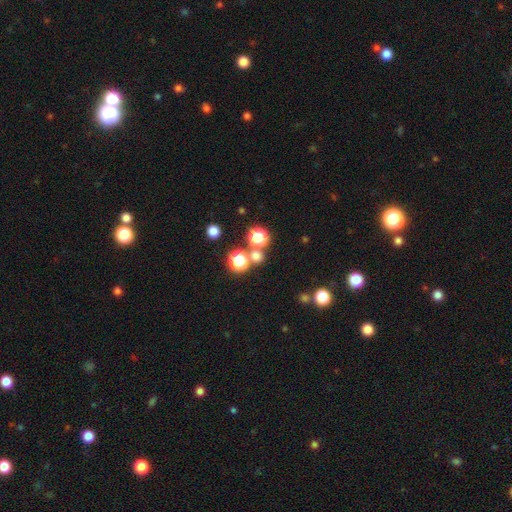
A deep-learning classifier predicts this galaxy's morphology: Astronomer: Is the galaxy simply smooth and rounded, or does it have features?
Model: smooth — 61%.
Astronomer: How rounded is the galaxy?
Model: round — 86%.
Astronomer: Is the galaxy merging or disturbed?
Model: none — 66%.